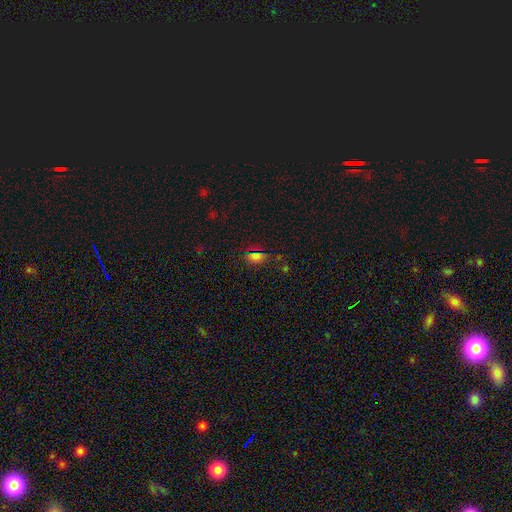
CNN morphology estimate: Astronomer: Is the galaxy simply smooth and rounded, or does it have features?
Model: smooth — 60%.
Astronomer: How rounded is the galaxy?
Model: in between — 73%.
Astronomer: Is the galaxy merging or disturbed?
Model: none — 75%.